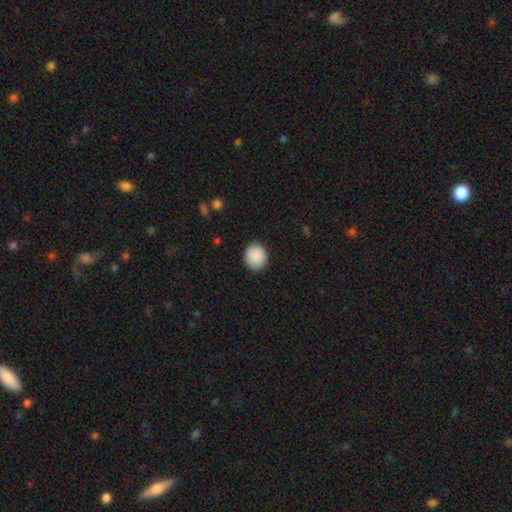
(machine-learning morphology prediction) This is clearly a smooth galaxy (90%). How rounded: likely round (76%). Merging: clearly none (90%).